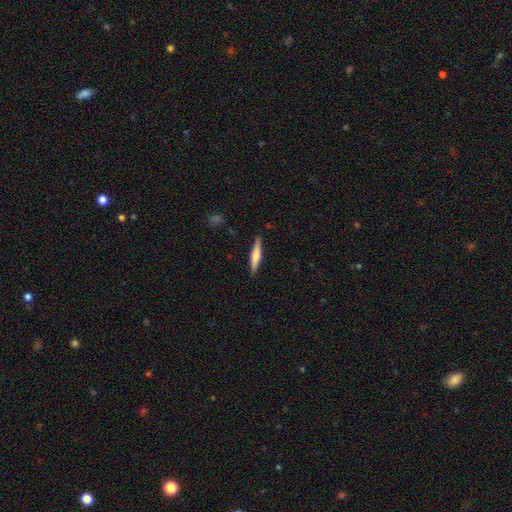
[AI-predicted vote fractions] Smooth or featured? smooth (50%)
How rounded? cigar-shaped (89%)
Merging? none (89%)